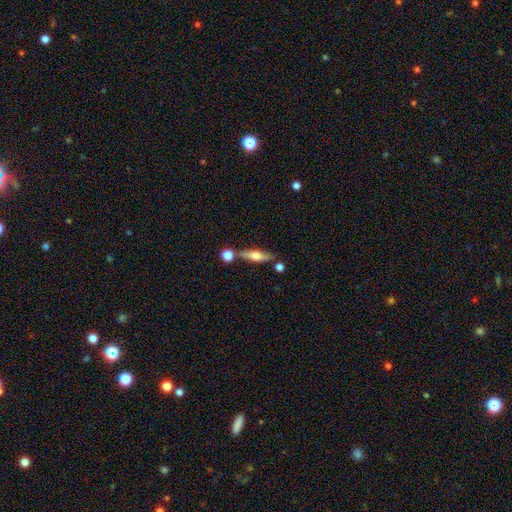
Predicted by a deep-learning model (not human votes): Smooth or featured: smooth — 53% (featured or disk — 40%)
How rounded: cigar-shaped — 65% (in between — 32%)
Merging: none — 69% (merger — 15%)